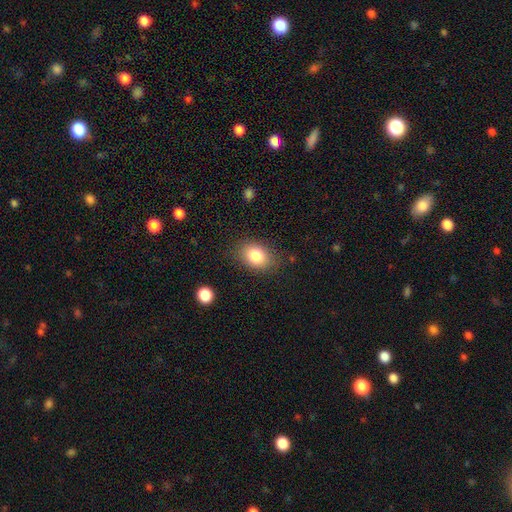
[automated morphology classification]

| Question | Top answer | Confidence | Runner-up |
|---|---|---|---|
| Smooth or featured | smooth | 83% | star or artifact (9%) |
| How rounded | in between | 72% | round (26%) |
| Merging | none | 81% | minor disturbance (13%) |